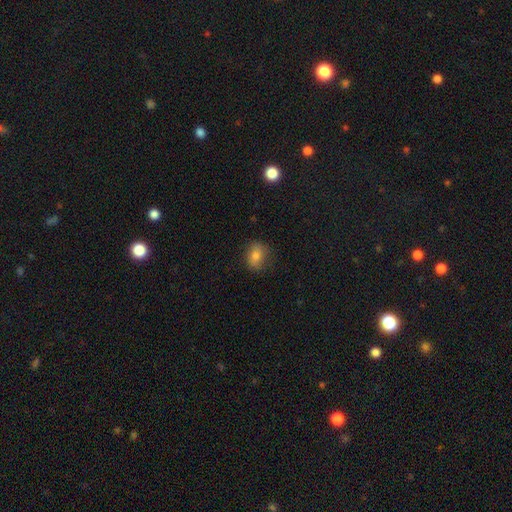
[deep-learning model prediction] Q: Smooth or featured?
A: smooth (78%); runner-up: featured or disk (12%)
Q: How rounded?
A: in between (55%); runner-up: round (43%)
Q: Merging?
A: none (78%); runner-up: minor disturbance (17%)